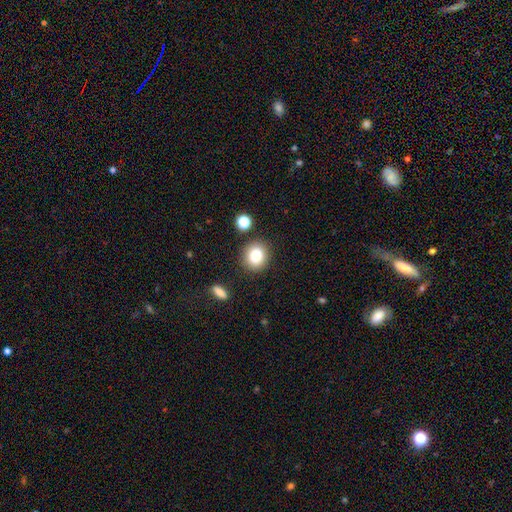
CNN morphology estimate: Smooth or featured: smooth — 82% (star or artifact — 11%)
How rounded: round — 77% (in between — 22%)
Merging: none — 85% (minor disturbance — 9%)